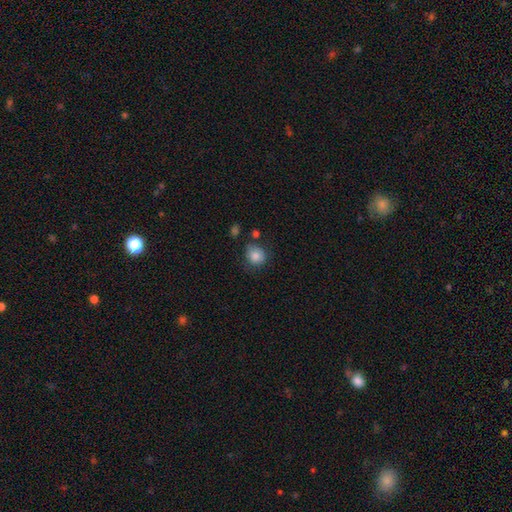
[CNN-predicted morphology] Smooth or featured? smooth (84%)
How rounded? round (78%)
Merging? none (67%)